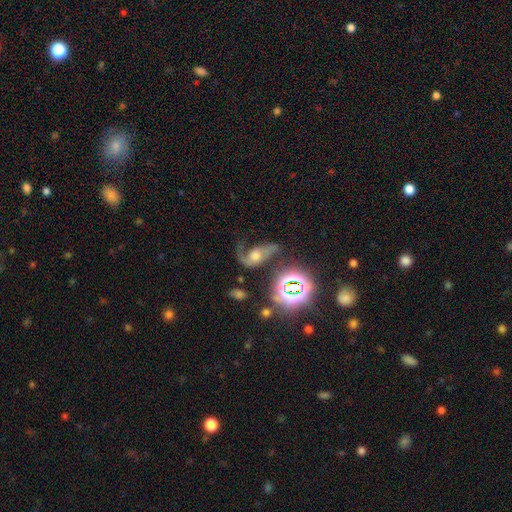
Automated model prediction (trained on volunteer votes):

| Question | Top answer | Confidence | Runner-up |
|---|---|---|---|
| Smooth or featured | featured or disk | 68% | star or artifact (17%) |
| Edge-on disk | no | 95% | yes (5%) |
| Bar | no | 63% | weak (25%) |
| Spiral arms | yes | 89% | no (11%) |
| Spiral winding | loose | 70% | medium (23%) |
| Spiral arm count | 2 | 69% | 1 (24%) |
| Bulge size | moderate | 51% | large (22%) |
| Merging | none | 40% | major disturbance (33%) |